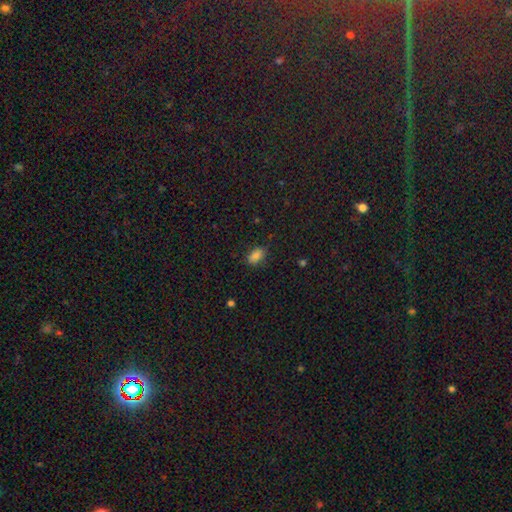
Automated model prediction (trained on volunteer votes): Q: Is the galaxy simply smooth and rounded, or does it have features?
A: smooth — 84%.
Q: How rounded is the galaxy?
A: in between — 90%.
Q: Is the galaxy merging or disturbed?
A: none — 82%.